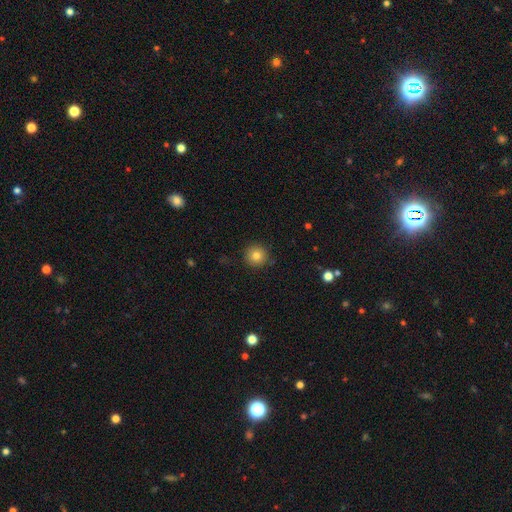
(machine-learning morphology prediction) A smooth galaxy with no disk features (81%) that is round (95%). Merging: none (90%).